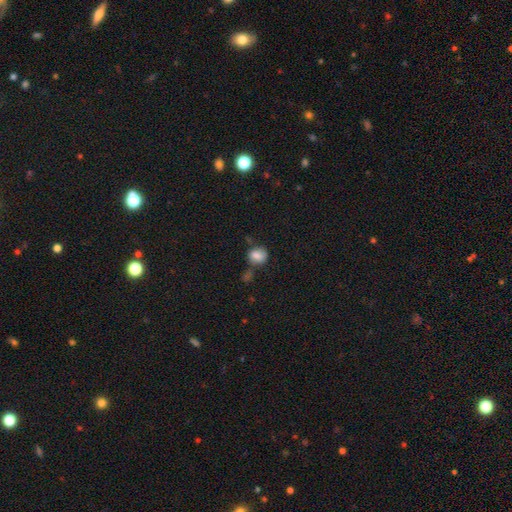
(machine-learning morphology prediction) This is likely a smooth galaxy (79%). How rounded: possibly round (59%). Merging: possibly none (53%).